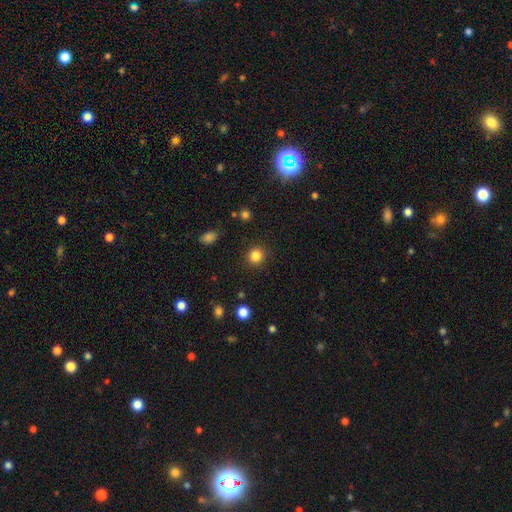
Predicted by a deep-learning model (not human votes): A smooth galaxy with no disk features (84%) that is round (91%).

Vote fractions:
- Smooth or featured? smooth: 84% / star or artifact: 12% / featured or disk: 4%
- How rounded? round: 91% / in between: 8% / cigar-shaped: 1%
- Merging? none: 90% / minor disturbance: 6% / major disturbance: 3% / merger: 1%